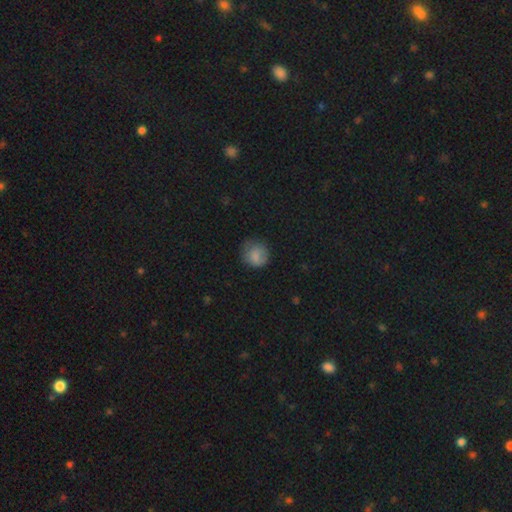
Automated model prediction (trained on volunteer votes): This is clearly a smooth galaxy (80%). How rounded: clearly round (84%). Merging: likely none (65%).